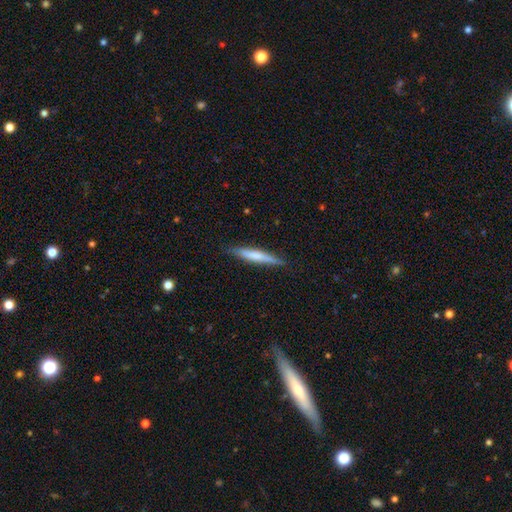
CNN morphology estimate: smooth_or_featured: smooth (p=0.61) [alt: featured or disk p=0.34]
how_rounded: cigar-shaped (p=0.94) [alt: in between p=0.05]
merging: none (p=0.87) [alt: minor disturbance p=0.10]